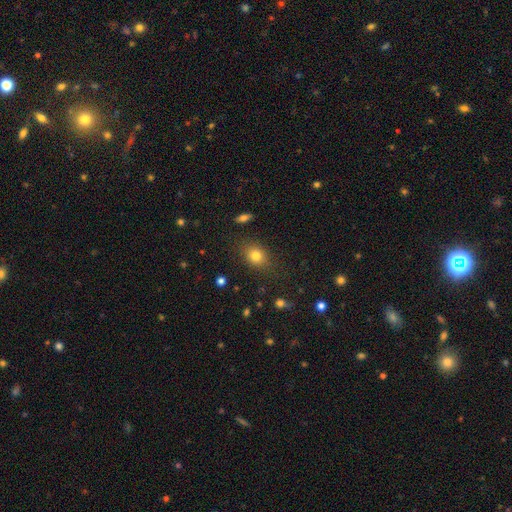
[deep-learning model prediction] smooth 79%, star or artifact 12%, featured or disk 9%. Down the decision tree: how rounded — in between (51%); merging — none (81%).